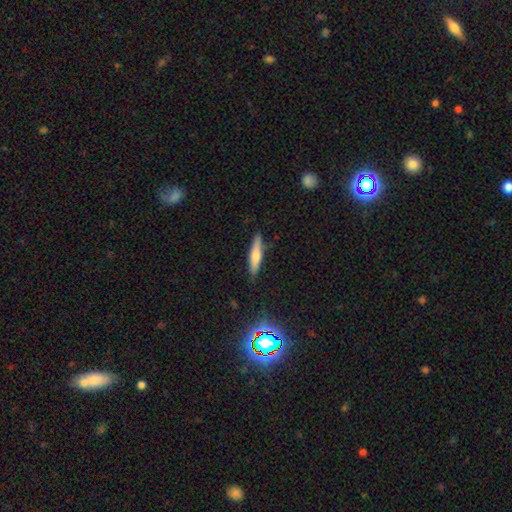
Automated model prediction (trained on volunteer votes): smooth 59%, featured or disk 32%, star or artifact 8%. Down the decision tree: how rounded — cigar-shaped (81%); merging — none (85%).